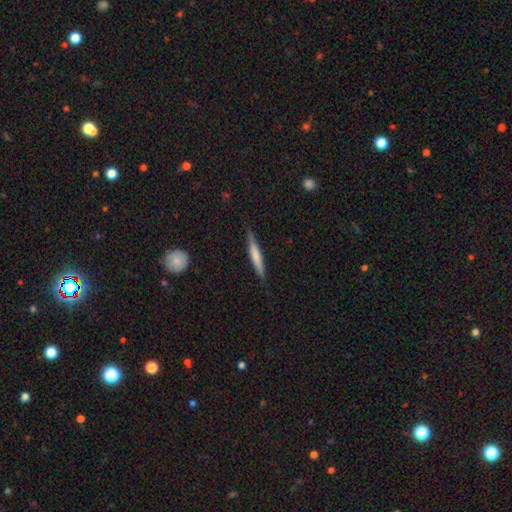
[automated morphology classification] smooth_or_featured: smooth (p=0.55) [alt: featured or disk p=0.39]
how_rounded: cigar-shaped (p=0.93) [alt: in between p=0.05]
merging: none (p=0.85) [alt: minor disturbance p=0.12]